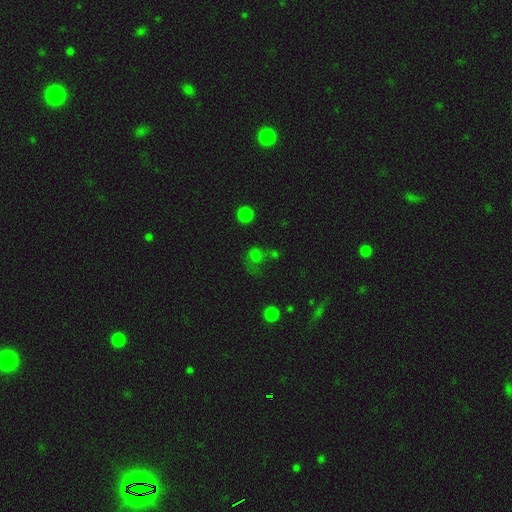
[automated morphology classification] smooth-or-featured: smooth: 62% | star or artifact: 24% | featured or disk: 14%
  how-rounded: round: 75% | in between: 24% | cigar-shaped: 1%
  merging: none: 44% | major disturbance: 25% | minor disturbance: 18% | merger: 13%